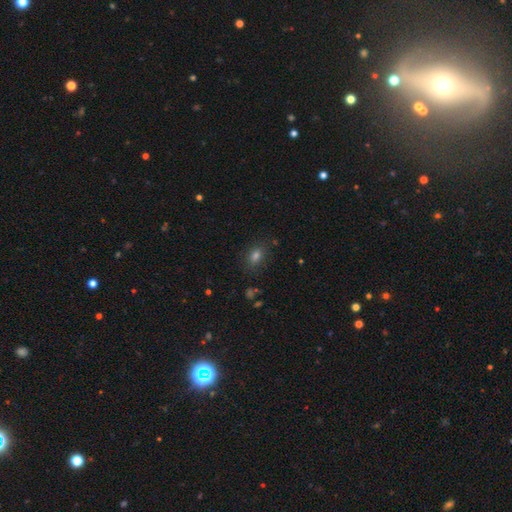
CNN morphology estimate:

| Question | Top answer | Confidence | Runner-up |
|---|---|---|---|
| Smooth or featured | smooth | 72% | star or artifact (20%) |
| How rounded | in between | 68% | round (30%) |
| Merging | none | 84% | minor disturbance (11%) |